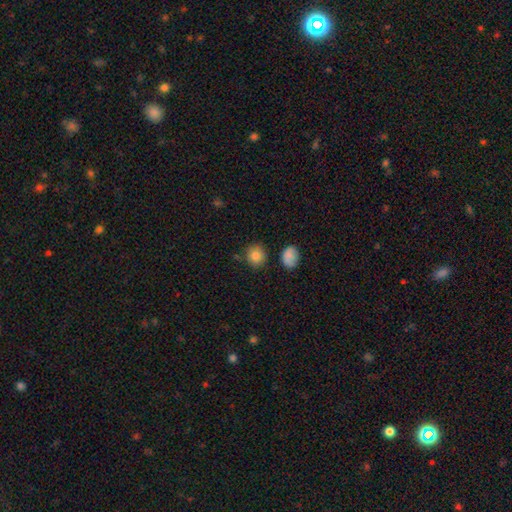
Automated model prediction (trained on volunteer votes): smooth-or-featured: smooth: 83% | star or artifact: 11% | featured or disk: 6%
  how-rounded: round: 85% | in between: 14% | cigar-shaped: 1%
  merging: none: 82% | minor disturbance: 11% | merger: 4% | major disturbance: 3%